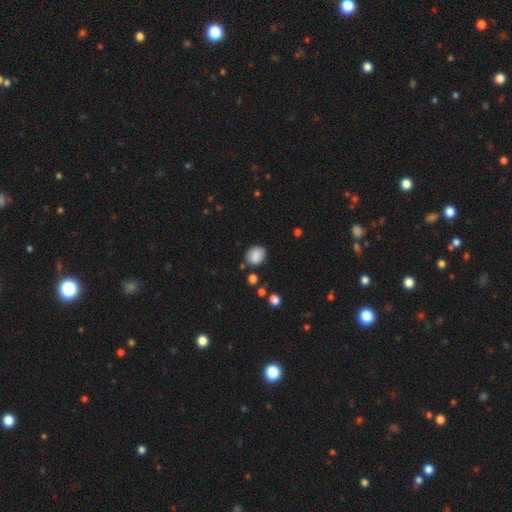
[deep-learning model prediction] The model was most divided on "how rounded": round: 53%, in between: 46%, cigar-shaped: 1%. More confident: smooth or featured — smooth (83%); merging — none (76%).